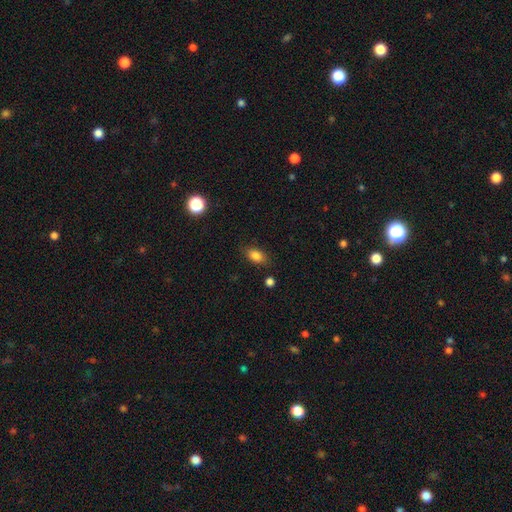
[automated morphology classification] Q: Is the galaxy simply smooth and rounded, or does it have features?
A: smooth — 83%.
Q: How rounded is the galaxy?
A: in between — 85%.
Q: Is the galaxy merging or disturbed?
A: none — 80%.